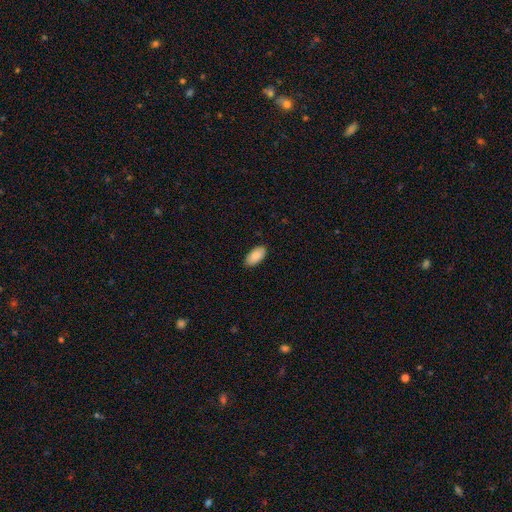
Q: Smooth or featured?
A: smooth (92%); runner-up: featured or disk (6%)
Q: How rounded?
A: in between (94%); runner-up: cigar-shaped (6%)
Q: Merging?
A: none (94%); runner-up: minor disturbance (6%)